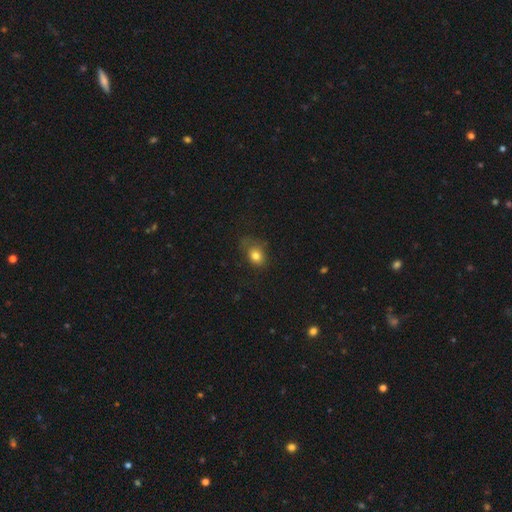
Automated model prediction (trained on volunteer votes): Smooth or featured? smooth (79%)
How rounded? in between (52%)
Merging? none (54%)